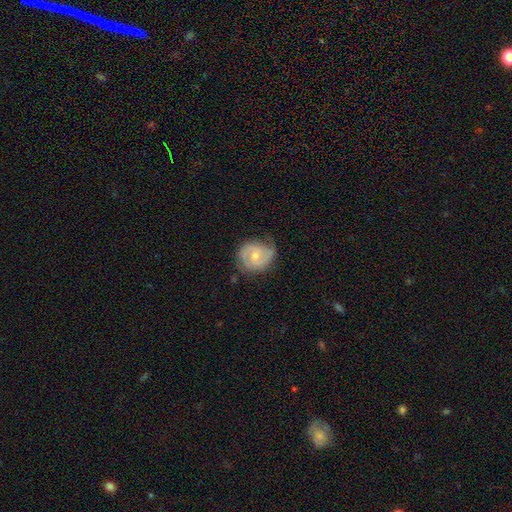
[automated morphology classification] Q: Smooth or featured?
A: featured or disk (76%); runner-up: smooth (18%)
Q: Edge-on disk?
A: no (98%); runner-up: yes (2%)
Q: Bar?
A: no (55%); runner-up: weak (38%)
Q: Spiral arms?
A: yes (94%); runner-up: no (6%)
Q: Spiral winding?
A: tight (45%); runner-up: medium (42%)
Q: Spiral arm count?
A: 2 (78%); runner-up: can't tell (10%)
Q: Bulge size?
A: small (53%); runner-up: moderate (43%)
Q: Merging?
A: none (68%); runner-up: minor disturbance (23%)